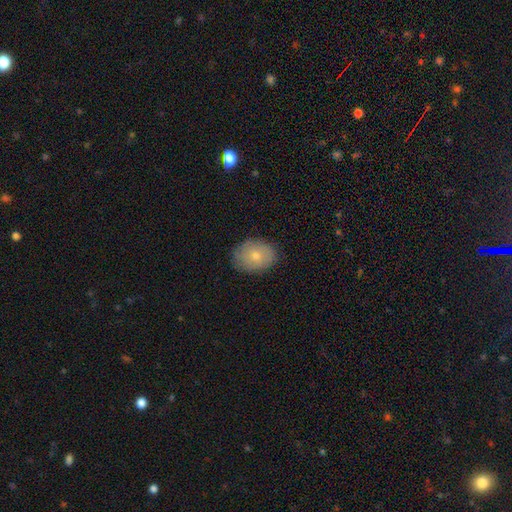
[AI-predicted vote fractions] Smooth or featured? Predicted: smooth (p=0.70). How rounded? Predicted: in between (p=0.60). Merging? Predicted: none (p=0.81).